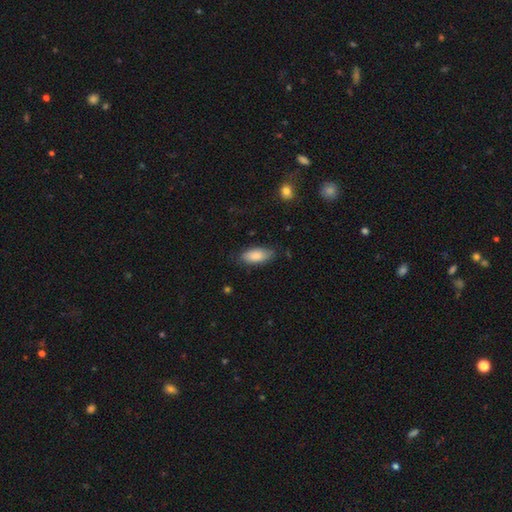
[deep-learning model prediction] smooth 86%, featured or disk 8%, star or artifact 6%. Down the decision tree: how rounded — in between (86%); merging — none (77%).